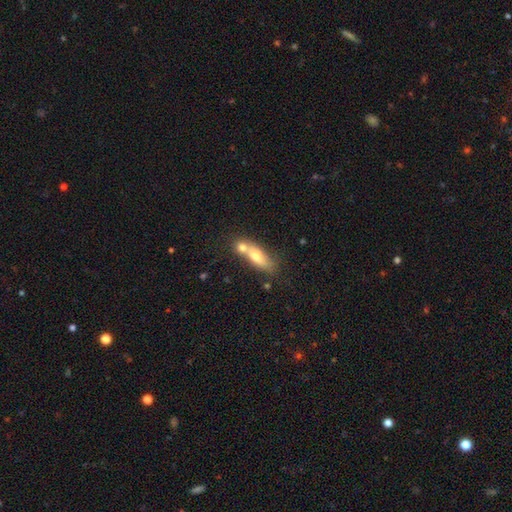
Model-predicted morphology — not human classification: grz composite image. It shows a smooth galaxy with no disk features (66%) that is in between round and cigar-shaped (62%). Merging: merger (52%).